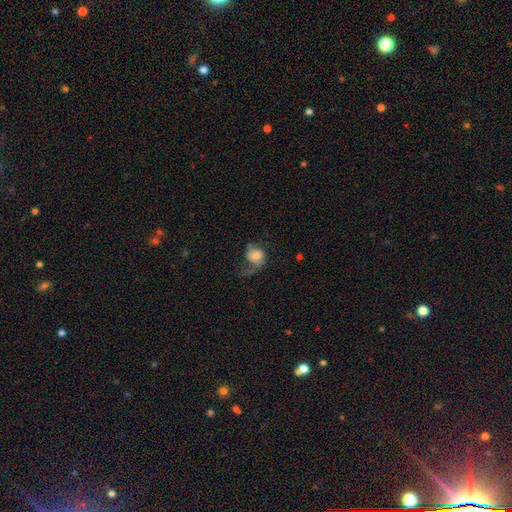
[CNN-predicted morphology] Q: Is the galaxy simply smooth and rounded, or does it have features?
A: smooth — 47%.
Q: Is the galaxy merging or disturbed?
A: major disturbance — 39%.